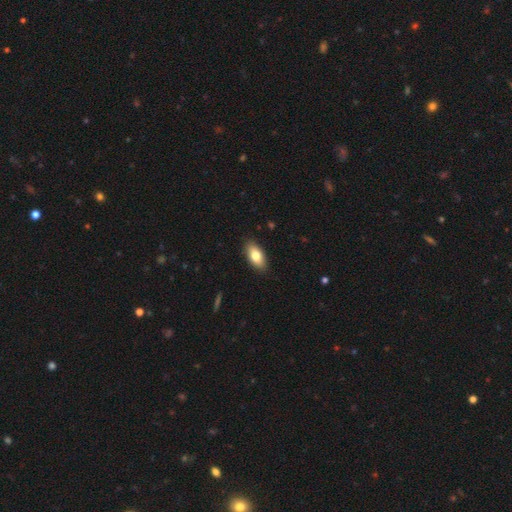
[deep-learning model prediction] The model was most divided on "smooth or featured": smooth: 79%, featured or disk: 15%, star or artifact: 6%. More confident: how rounded — in between (90%); merging — none (88%).